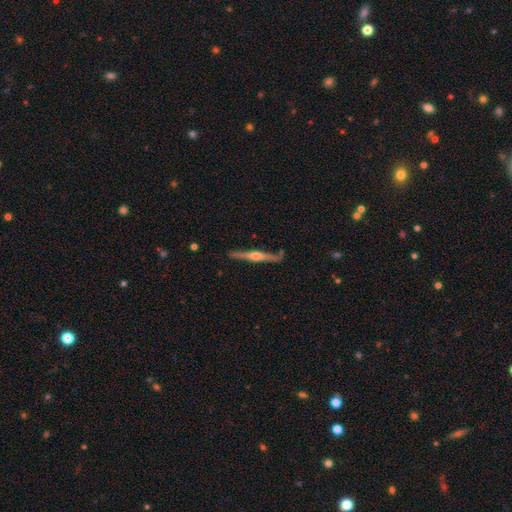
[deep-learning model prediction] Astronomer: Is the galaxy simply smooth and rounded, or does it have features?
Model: featured or disk — 74%.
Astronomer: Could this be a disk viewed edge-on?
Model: yes — 97%.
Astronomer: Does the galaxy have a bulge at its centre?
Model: rounded — 87%.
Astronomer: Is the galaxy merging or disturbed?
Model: none — 83%.